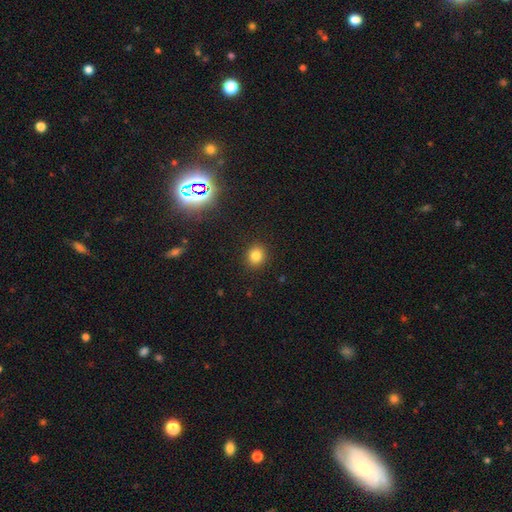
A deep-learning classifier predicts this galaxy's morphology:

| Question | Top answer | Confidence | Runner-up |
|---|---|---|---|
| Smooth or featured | smooth | 81% | star or artifact (14%) |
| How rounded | round | 79% | in between (20%) |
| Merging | none | 91% | minor disturbance (6%) |